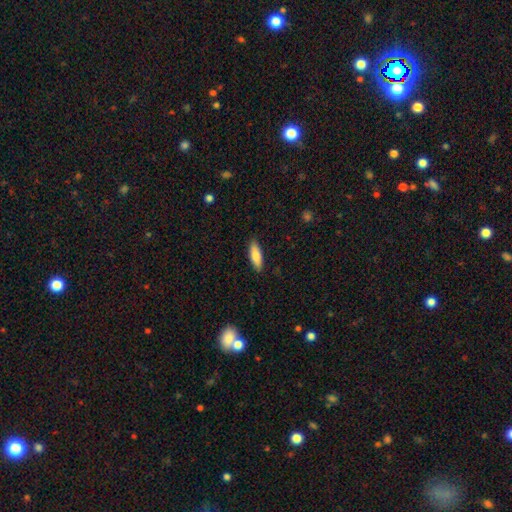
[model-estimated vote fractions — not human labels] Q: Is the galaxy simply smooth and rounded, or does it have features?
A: smooth — 82%.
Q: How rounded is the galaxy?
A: in between — 60%.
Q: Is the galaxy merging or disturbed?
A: none — 88%.